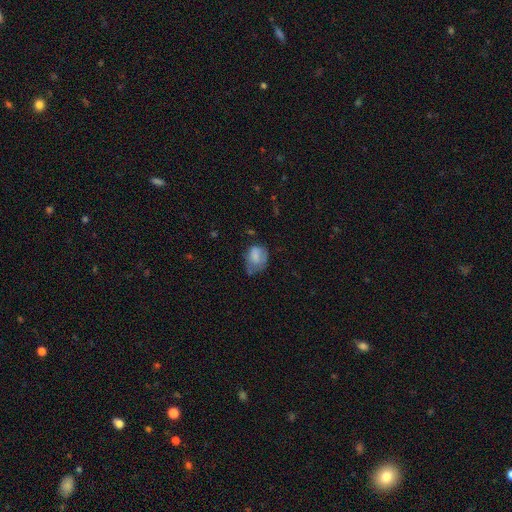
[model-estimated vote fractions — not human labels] A smooth galaxy with no disk features (73%) that is in between round and cigar-shaped (62%).

Vote fractions:
- Smooth or featured? smooth: 73% / featured or disk: 18% / star or artifact: 9%
- How rounded? in between: 62% / round: 37% / cigar-shaped: 1%
- Merging? minor disturbance: 38% / none: 36% / major disturbance: 22% / merger: 4%